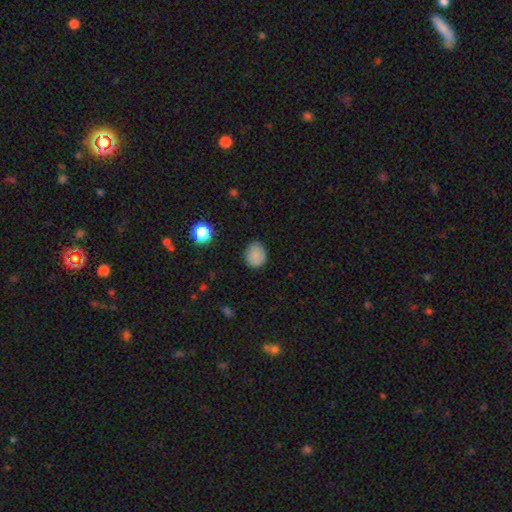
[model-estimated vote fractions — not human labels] Smooth or featured: smooth — 84% (star or artifact — 10%)
How rounded: round — 69% (in between — 30%)
Merging: none — 81% (minor disturbance — 14%)